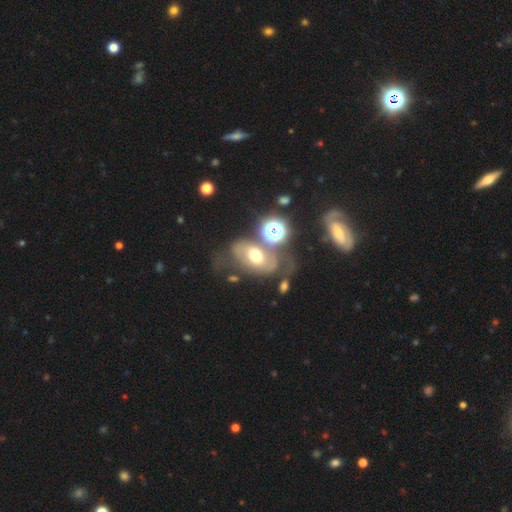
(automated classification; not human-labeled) This appears to be a featured or disk galaxy (44%). Merging: none (41%).